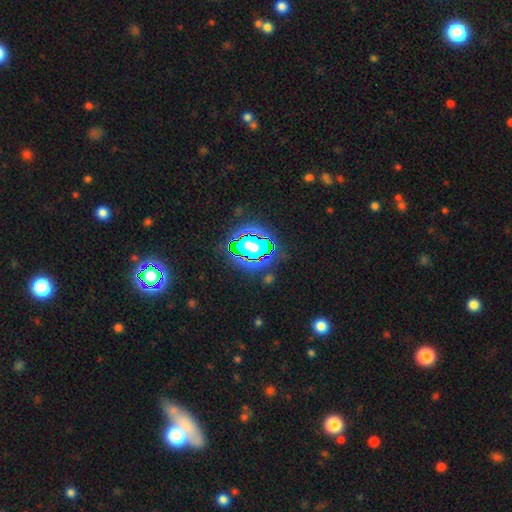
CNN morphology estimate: This is likely a star or artifact rather than a galaxy (78%).